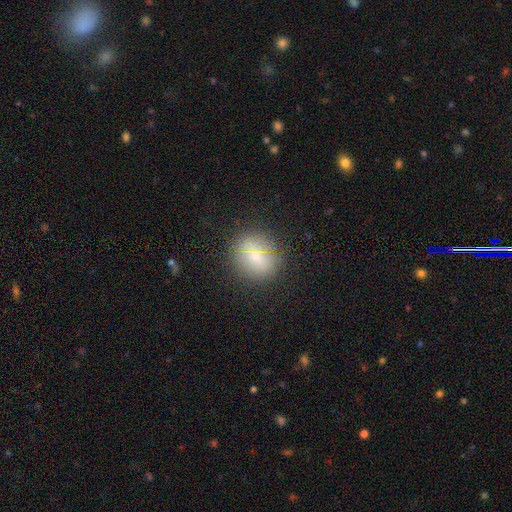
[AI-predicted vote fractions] Smooth or featured?
  - smooth: 72% *
  - star or artifact: 16%
  - featured or disk: 11%
How rounded?
  - round: 83% *
  - in between: 15%
  - cigar-shaped: 2%
Merging?
  - none: 85% *
  - minor disturbance: 10%
  - major disturbance: 3%
  - merger: 2%